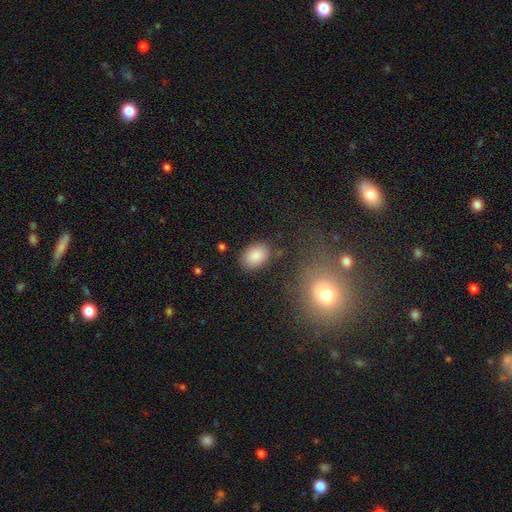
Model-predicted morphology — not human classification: smooth-or-featured: smooth: 87% | star or artifact: 8% | featured or disk: 5%
  how-rounded: in between: 83% | round: 16% | cigar-shaped: 1%
  merging: none: 84% | minor disturbance: 10% | major disturbance: 3% | merger: 3%